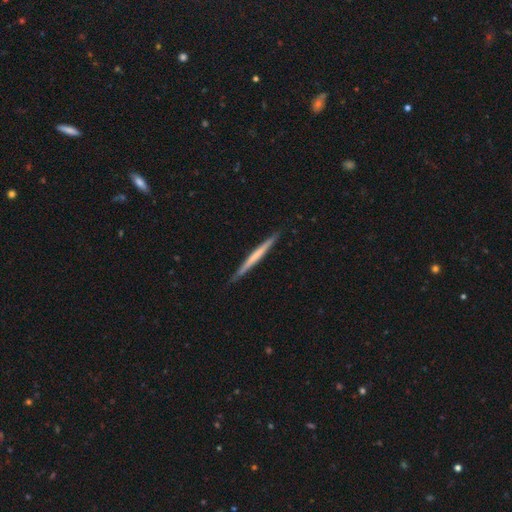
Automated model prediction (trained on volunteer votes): Overall: featured or disk (51%; smooth 44%). Edge-on disk: yes (97%). Merging: none (90%).